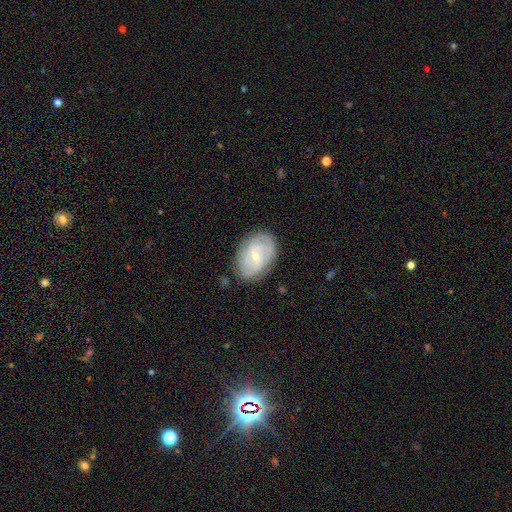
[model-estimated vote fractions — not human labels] featured or disk 76%, smooth 18%, star or artifact 6%. Down the decision tree: edge-on disk — no (97%); bar — weak (46%); spiral arms — yes (91%); spiral arm count — 2 (40%); spiral winding — tight (53%); bulge size — small (68%); merging — none (80%).